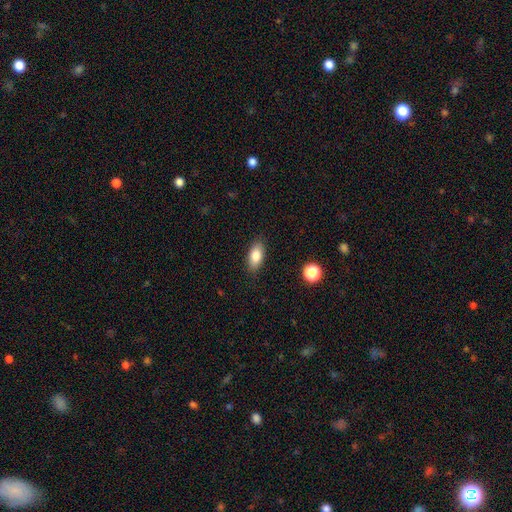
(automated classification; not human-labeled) A smooth galaxy with no disk features (82%) that is in between round and cigar-shaped (87%).

Vote fractions:
- Smooth or featured? smooth: 82% / featured or disk: 10% / star or artifact: 8%
- How rounded? in between: 87% / cigar-shaped: 9% / round: 4%
- Merging? none: 86% / minor disturbance: 10% / major disturbance: 3% / merger: 1%